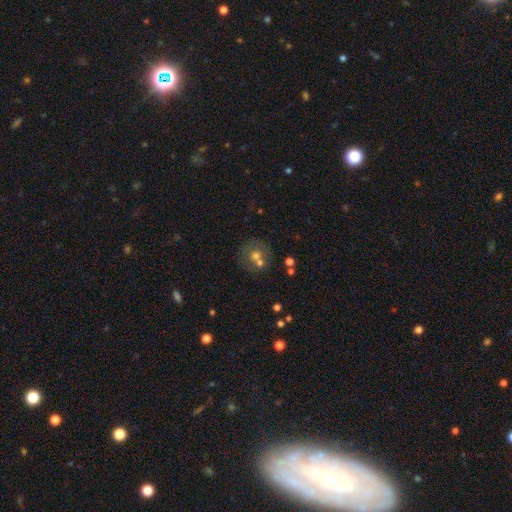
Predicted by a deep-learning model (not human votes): Morphology: type=smooth (57%); roundness=round (85%); merging=none (50%).